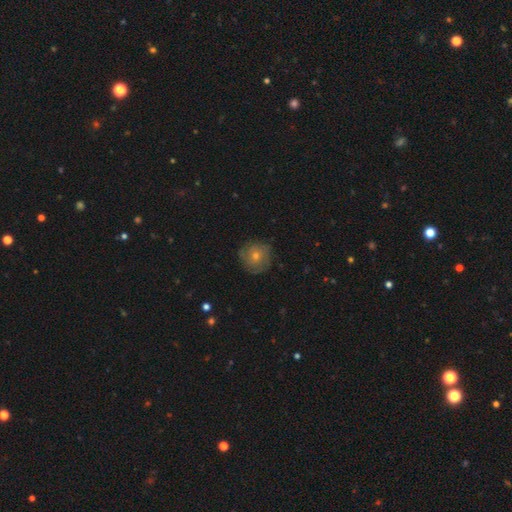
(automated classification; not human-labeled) Smooth or featured? smooth (50%)
How rounded? round (92%)
Merging? none (82%)